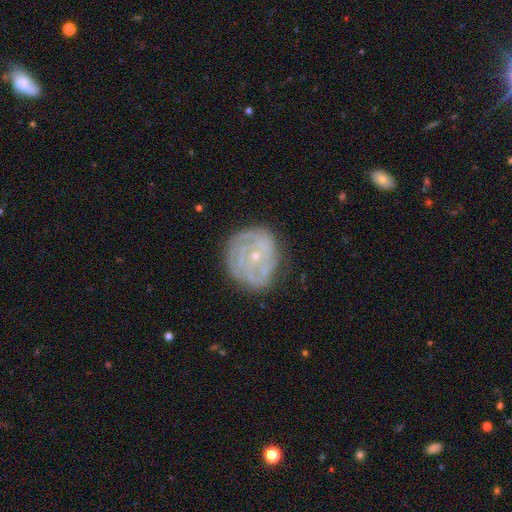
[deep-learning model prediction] smooth_or_featured: featured or disk (p=0.75) [alt: smooth p=0.17]
disk_edge_on: no (p=0.97) [alt: yes p=0.03]
bar: no (p=0.80) [alt: weak p=0.16]
has_spiral_arms: yes (p=0.82) [alt: no p=0.18]
spiral_winding: tight (p=0.74) [alt: medium p=0.20]
spiral_arm_count: can't tell (p=0.45) [alt: 3 p=0.17]
bulge_size: small (p=0.75) [alt: moderate p=0.22]
merging: none (p=0.72) [alt: minor disturbance p=0.19]